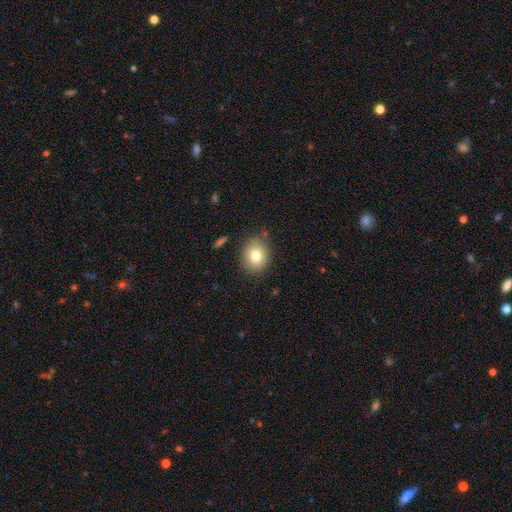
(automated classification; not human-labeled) Overall: smooth (78%). How rounded: round (53%; in between 46%). Merging: none (83%).